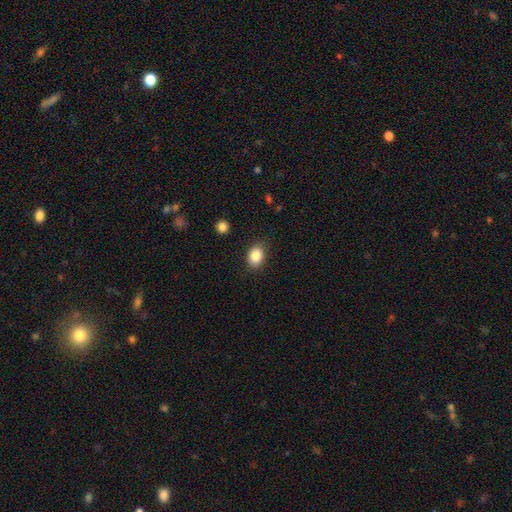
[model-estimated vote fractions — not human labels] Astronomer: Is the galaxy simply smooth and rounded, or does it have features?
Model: smooth — 86%.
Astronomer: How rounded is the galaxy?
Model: in between — 68%.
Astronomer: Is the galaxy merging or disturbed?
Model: none — 84%.